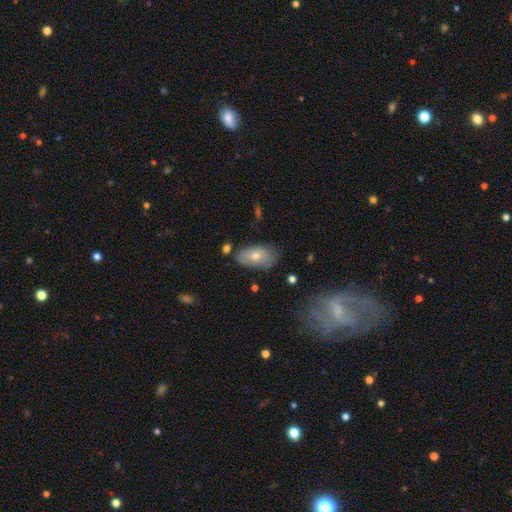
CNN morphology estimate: smooth 65%, featured or disk 27%, star or artifact 9%. Down the decision tree: how rounded — in between (92%); merging — none (72%).